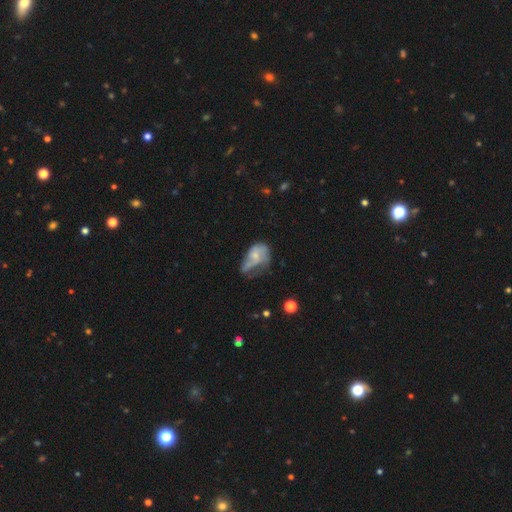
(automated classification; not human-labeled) featured or disk 47%, smooth 44%, star or artifact 9%. Down the decision tree: merging — major disturbance (44%).